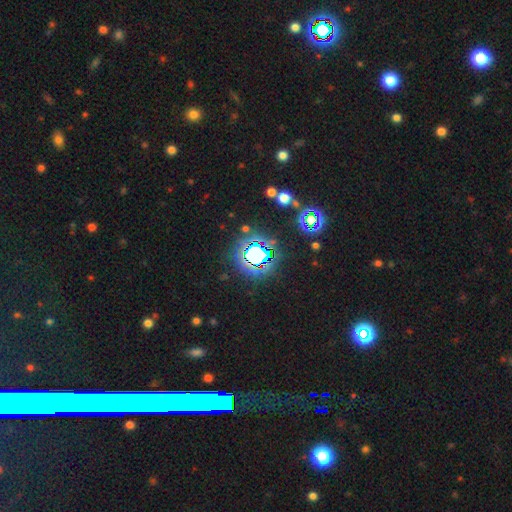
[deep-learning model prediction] smooth-or-featured: star or artifact: 72% | smooth: 18% | featured or disk: 10%